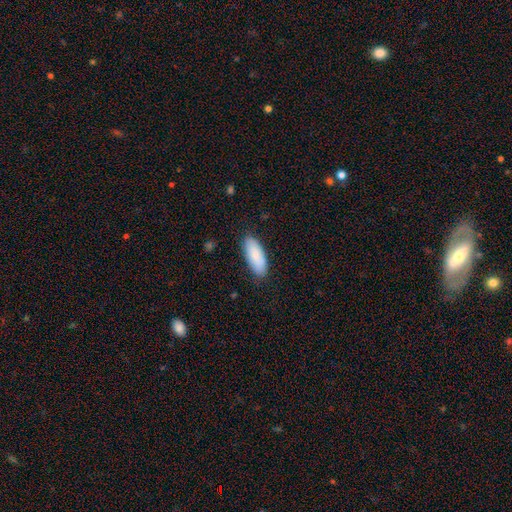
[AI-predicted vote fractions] A smooth galaxy with no disk features (86%) that is in between round and cigar-shaped (80%).

Vote fractions:
- Smooth or featured? smooth: 86% / featured or disk: 9% / star or artifact: 6%
- How rounded? in between: 80% / cigar-shaped: 18% / round: 2%
- Merging? none: 84% / minor disturbance: 12% / major disturbance: 2% / merger: 1%